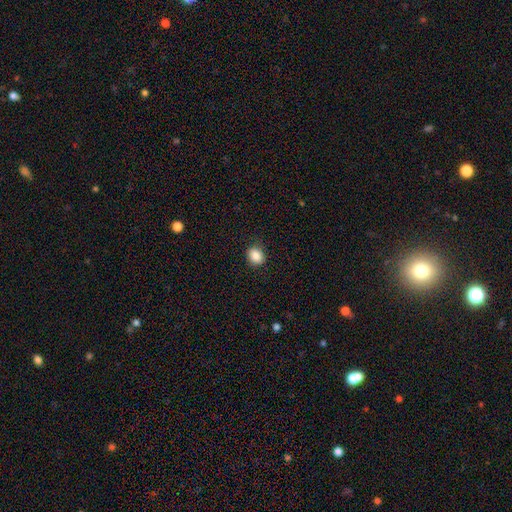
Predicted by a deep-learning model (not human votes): Overall: smooth (87%). How rounded: round (56%; in between 43%). Merging: none (86%).